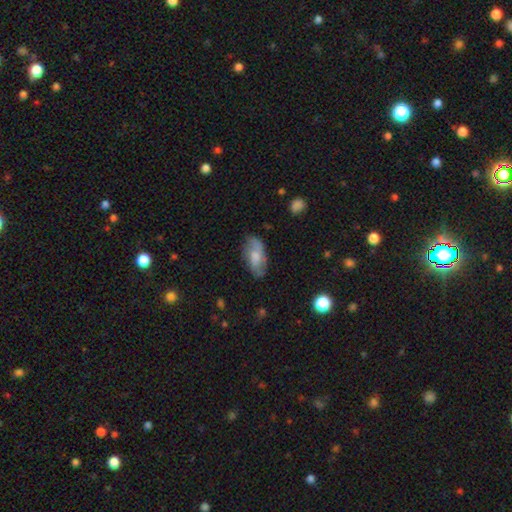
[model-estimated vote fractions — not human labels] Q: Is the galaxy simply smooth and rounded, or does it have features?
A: smooth — 53%.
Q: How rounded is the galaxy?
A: in between — 90%.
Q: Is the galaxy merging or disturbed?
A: none — 68%.